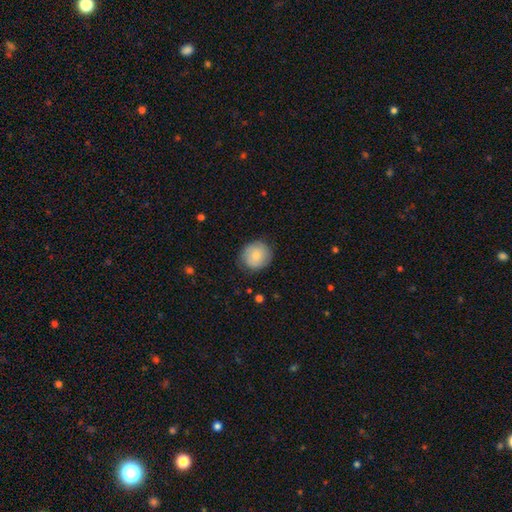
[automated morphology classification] smooth-or-featured: smooth: 77% | featured or disk: 17% | star or artifact: 7%
  how-rounded: round: 86% | in between: 13% | cigar-shaped: 1%
  merging: none: 81% | minor disturbance: 14% | major disturbance: 3% | merger: 1%